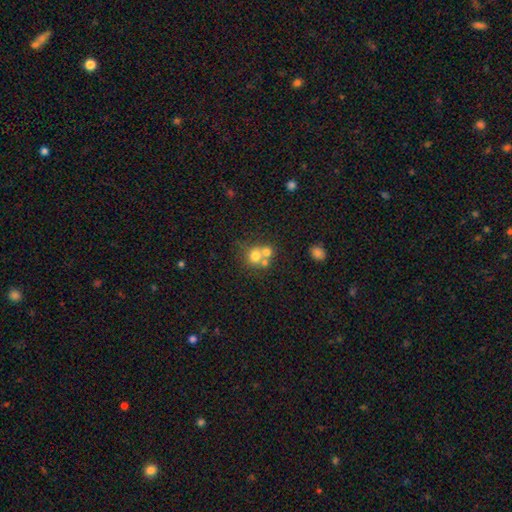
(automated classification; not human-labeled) Q: Smooth or featured?
A: smooth (69%); runner-up: featured or disk (18%)
Q: How rounded?
A: round (85%); runner-up: in between (14%)
Q: Merging?
A: merger (52%); runner-up: none (39%)